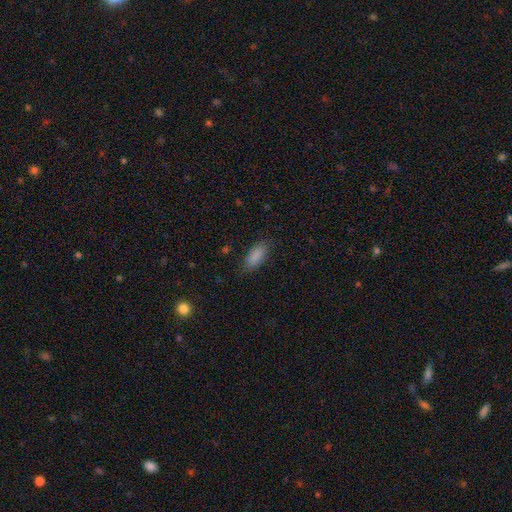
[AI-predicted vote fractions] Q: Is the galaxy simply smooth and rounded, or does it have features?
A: smooth — 87%.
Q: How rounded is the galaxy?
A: in between — 84%.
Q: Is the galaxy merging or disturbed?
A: none — 82%.